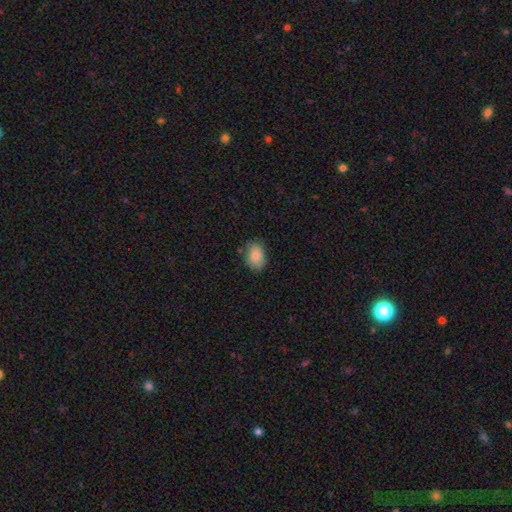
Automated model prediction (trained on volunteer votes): Smooth or featured?
  - smooth: 85% *
  - featured or disk: 8%
  - star or artifact: 8%
How rounded?
  - in between: 81% *
  - round: 18%
  - cigar-shaped: 1%
Merging?
  - none: 78% *
  - minor disturbance: 17%
  - major disturbance: 3%
  - merger: 2%